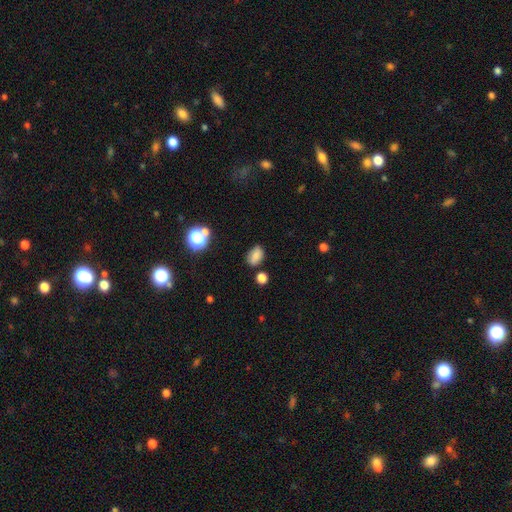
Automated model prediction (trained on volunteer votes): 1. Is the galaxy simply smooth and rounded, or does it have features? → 75% smooth, 14% star or artifact, 11% featured or disk.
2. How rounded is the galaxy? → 79% in between, 19% round, 2% cigar-shaped.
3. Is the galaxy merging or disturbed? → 74% none, 17% minor disturbance, 5% merger, 4% major disturbance.